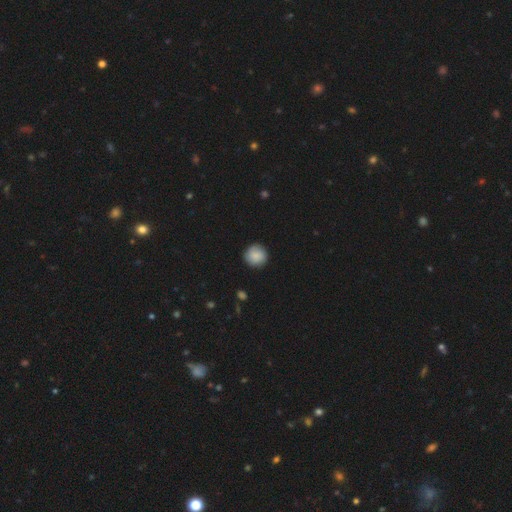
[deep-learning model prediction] smooth 86%, star or artifact 7%, featured or disk 7%. Down the decision tree: how rounded — round (94%); merging — none (88%).